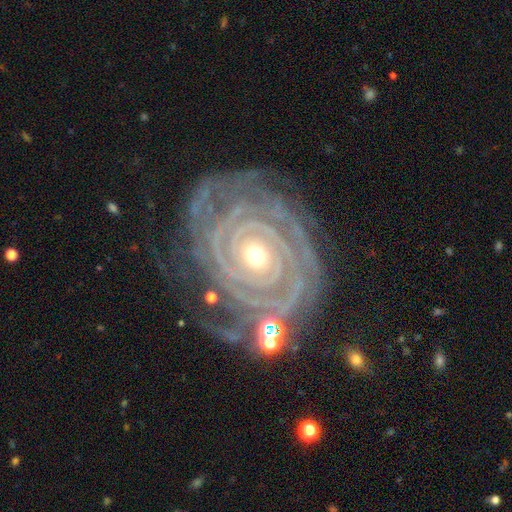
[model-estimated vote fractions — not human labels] Smooth or featured? featured or disk (92%)
Edge-on disk? no (97%)
Bar? no (76%)
Spiral arms? yes (98%)
Spiral winding? tight (89%)
Spiral arm count? 2 (25%)
Bulge size? moderate (53%)
Merging? none (68%)